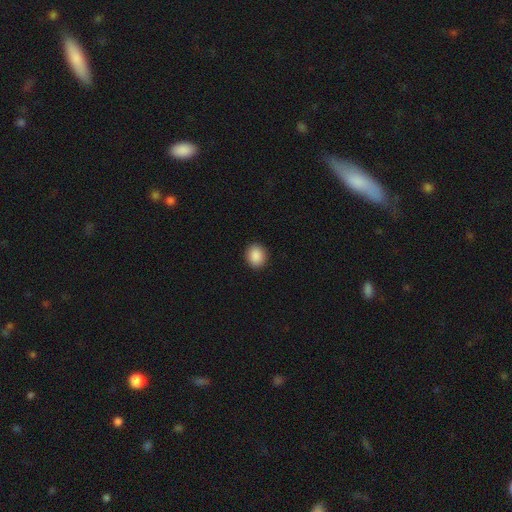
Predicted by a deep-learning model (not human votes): Smooth or featured: smooth — 89% (star or artifact — 8%)
How rounded: round — 69% (in between — 30%)
Merging: none — 92% (minor disturbance — 6%)